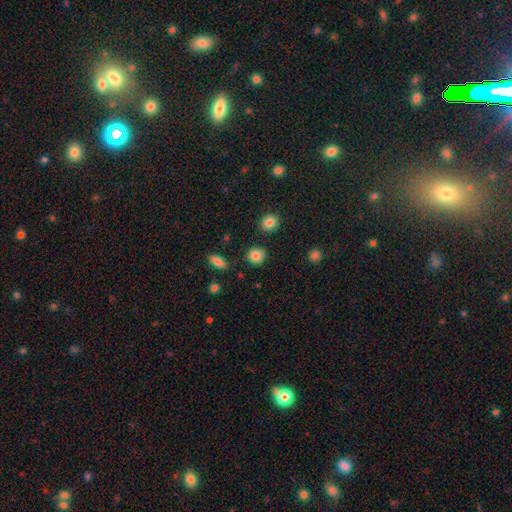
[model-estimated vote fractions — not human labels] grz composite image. It shows a smooth galaxy with no disk features (85%) that is round (87%). Merging: none (86%).